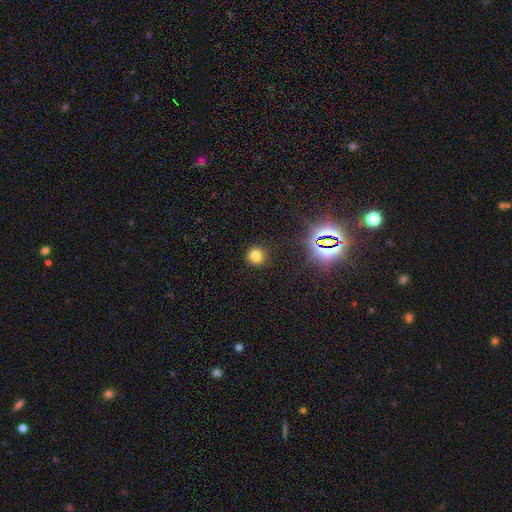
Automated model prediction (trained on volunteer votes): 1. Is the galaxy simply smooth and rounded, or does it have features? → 75% smooth, 19% star or artifact, 6% featured or disk.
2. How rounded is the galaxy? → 87% round, 12% in between, 1% cigar-shaped.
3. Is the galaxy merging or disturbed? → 85% none, 9% minor disturbance, 3% major disturbance, 2% merger.